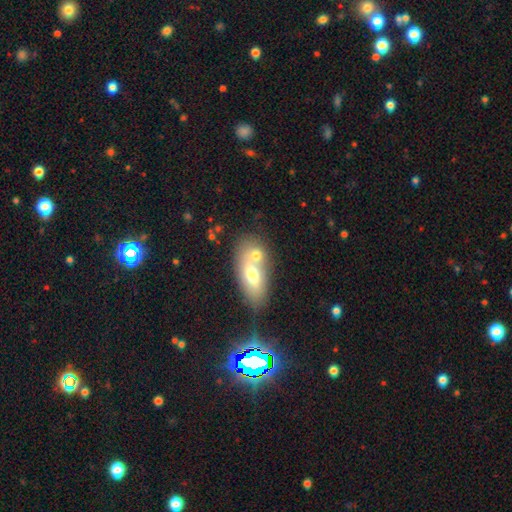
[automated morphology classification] smooth 62%, featured or disk 30%, star or artifact 8%. Down the decision tree: how rounded — in between (78%); merging — merger (54%).